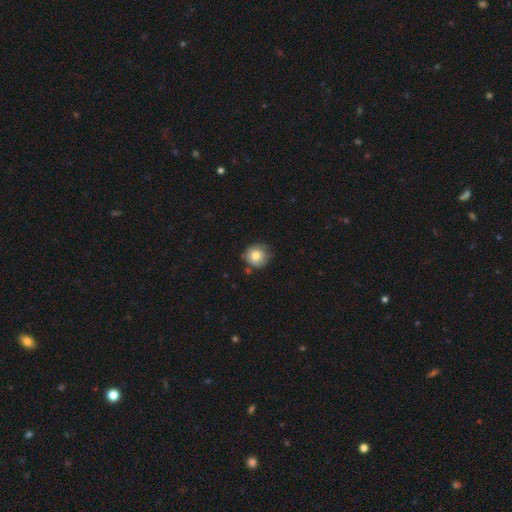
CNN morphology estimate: smooth_or_featured: smooth (p=0.75) [alt: featured or disk p=0.16]
how_rounded: round (p=0.88) [alt: in between p=0.11]
merging: none (p=0.66) [alt: minor disturbance p=0.26]